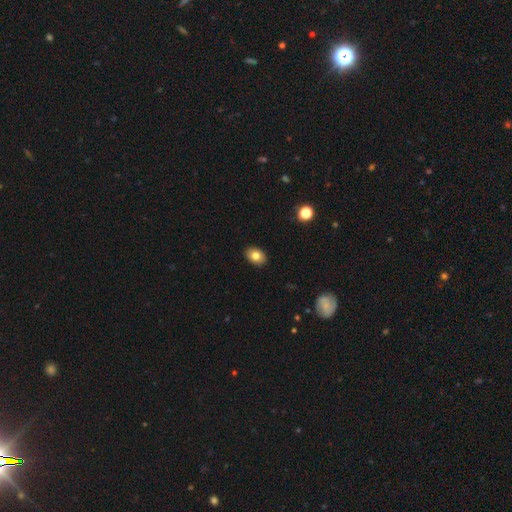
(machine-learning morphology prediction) smooth-or-featured: smooth: 82% | featured or disk: 9% | star or artifact: 9%
  how-rounded: in between: 75% | round: 24% | cigar-shaped: 1%
  merging: none: 90% | minor disturbance: 7% | major disturbance: 2% | merger: 1%